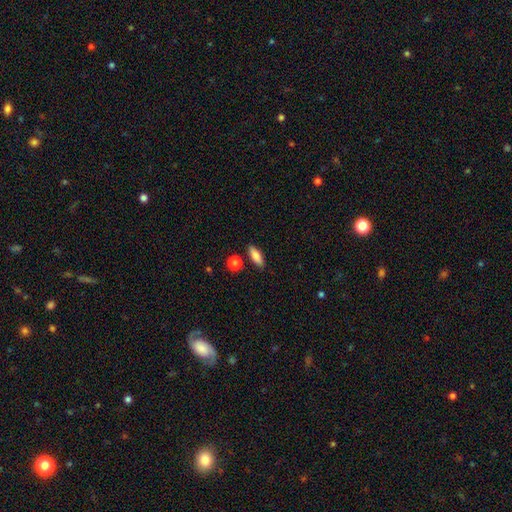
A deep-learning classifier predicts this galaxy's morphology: smooth 81%, featured or disk 12%, star or artifact 7%. Down the decision tree: how rounded — in between (67%); merging — none (84%).